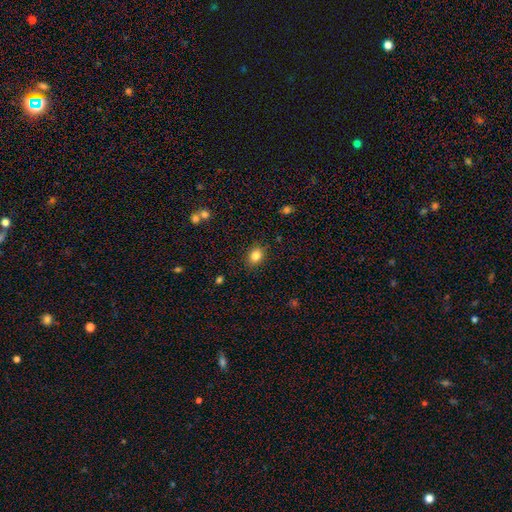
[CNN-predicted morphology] This appears to be a smooth galaxy with no disk features (84%) that is in between round and cigar-shaped (51%). Merging: none (87%).